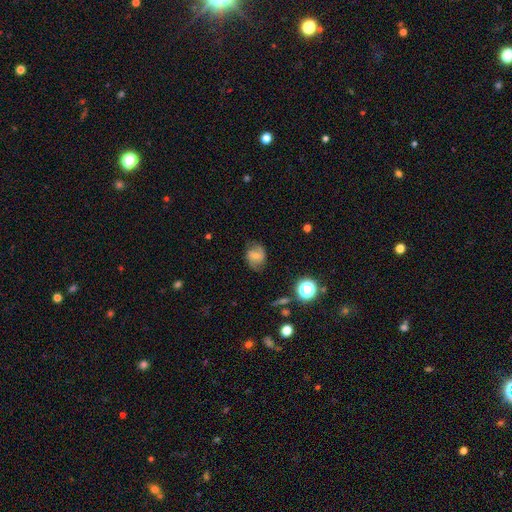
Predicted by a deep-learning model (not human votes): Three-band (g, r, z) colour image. It shows a smooth galaxy with no disk features (44%, tied with featured or disk). Merging: none (72%).